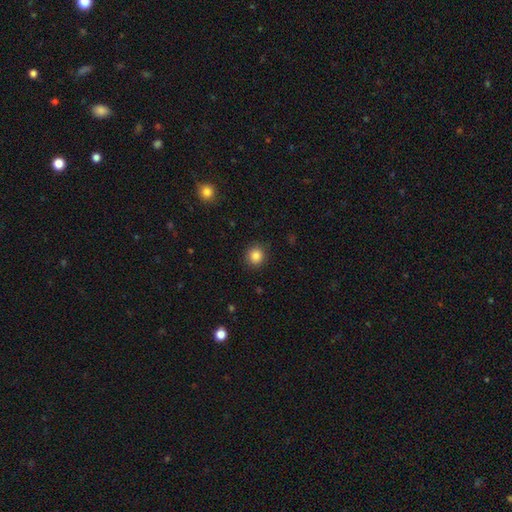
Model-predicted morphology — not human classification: smooth 86%, star or artifact 10%, featured or disk 4%. Down the decision tree: how rounded — round (90%); merging — none (90%).